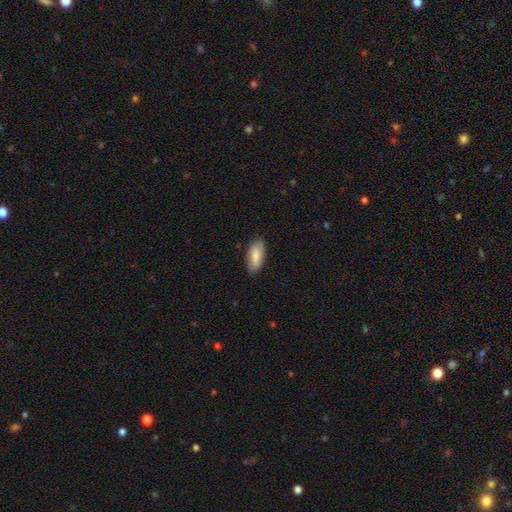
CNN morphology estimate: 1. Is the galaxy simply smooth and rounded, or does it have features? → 82% smooth, 13% featured or disk, 6% star or artifact.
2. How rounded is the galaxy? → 83% in between, 15% cigar-shaped, 2% round.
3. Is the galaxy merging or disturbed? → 82% none, 14% minor disturbance, 3% major disturbance, 1% merger.